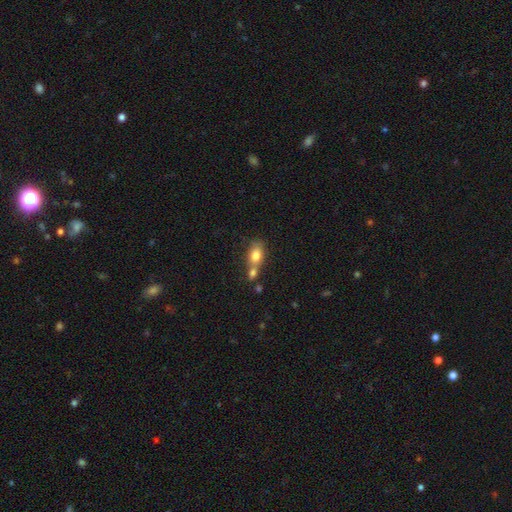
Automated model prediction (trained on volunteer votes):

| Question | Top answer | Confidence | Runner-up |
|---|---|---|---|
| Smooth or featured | smooth | 78% | featured or disk (13%) |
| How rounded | in between | 74% | round (22%) |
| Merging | merger | 49% | none (34%) |